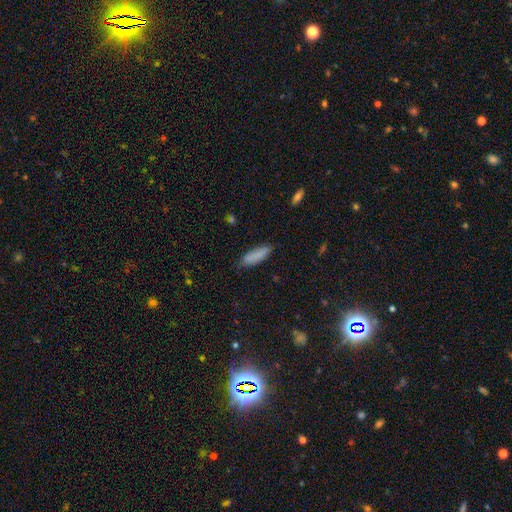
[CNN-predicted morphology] smooth-or-featured: smooth: 85% | featured or disk: 8% | star or artifact: 7%
  how-rounded: cigar-shaped: 56% | in between: 42% | round: 2%
  merging: none: 77% | minor disturbance: 18% | major disturbance: 3% | merger: 2%